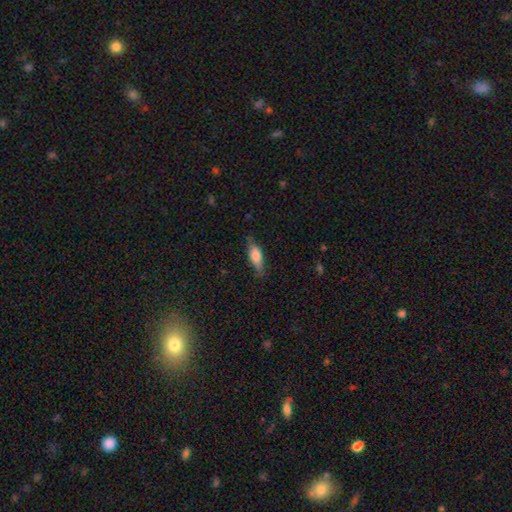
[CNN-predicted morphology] Overall: smooth (66%; featured or disk 28%). How rounded: in between (63%; cigar-shaped 34%). Merging: none (72%).